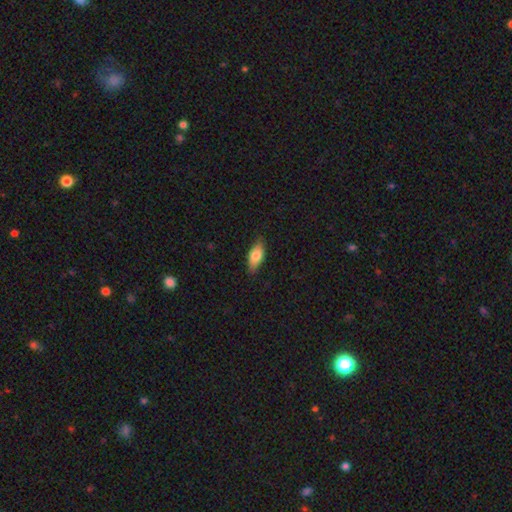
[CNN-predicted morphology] Overall: smooth (76%). How rounded: in between (82%). Merging: none (83%).